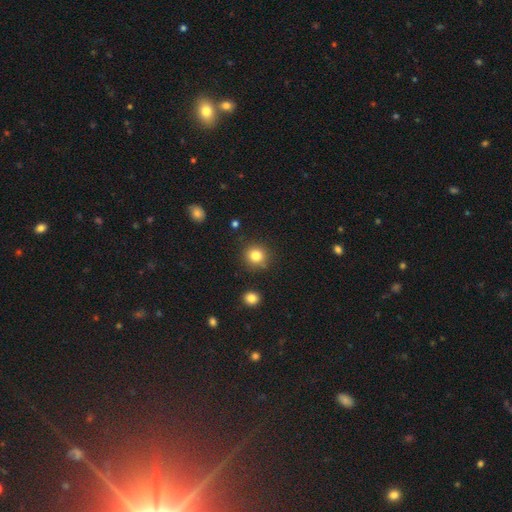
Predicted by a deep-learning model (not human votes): Overall: smooth (83%). How rounded: round (90%). Merging: none (87%).